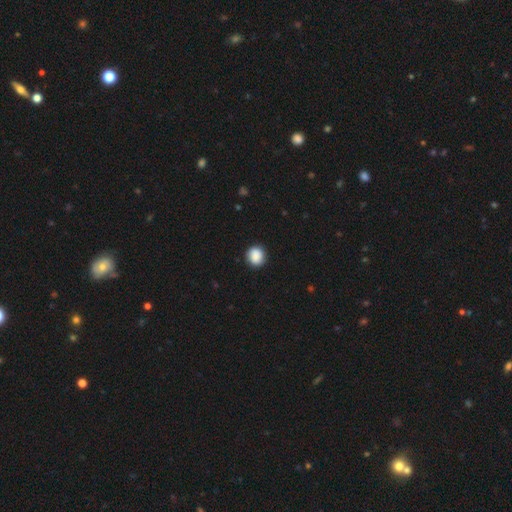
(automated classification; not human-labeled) Q: Smooth or featured?
A: smooth (86%); runner-up: star or artifact (8%)
Q: How rounded?
A: round (83%); runner-up: in between (16%)
Q: Merging?
A: none (87%); runner-up: minor disturbance (10%)